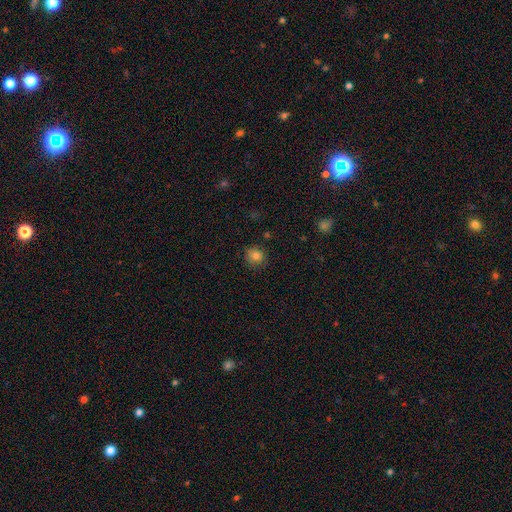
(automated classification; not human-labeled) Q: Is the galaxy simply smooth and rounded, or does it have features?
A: smooth — 82%.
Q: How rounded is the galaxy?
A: round — 89%.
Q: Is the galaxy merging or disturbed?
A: none — 83%.